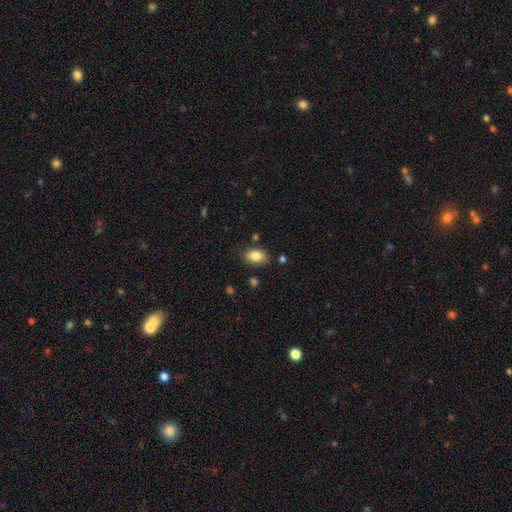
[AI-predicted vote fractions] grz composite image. It shows a smooth galaxy with no disk features (83%) that is in between round and cigar-shaped (82%). Merging: none (80%).